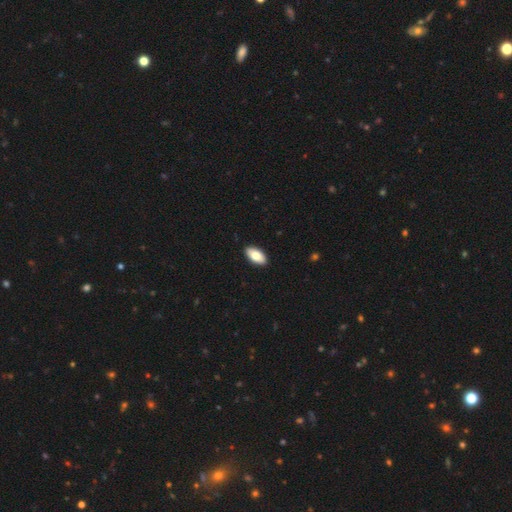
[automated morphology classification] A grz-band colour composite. It shows a smooth galaxy with no disk features (78%) that is in between round and cigar-shaped (93%). Merging: none (91%).